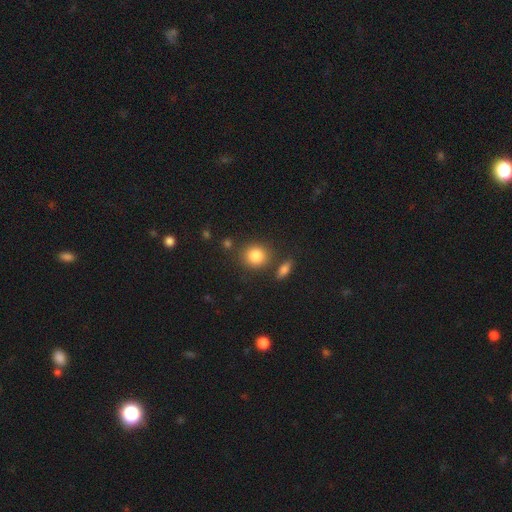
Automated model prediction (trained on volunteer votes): Smooth or featured? Predicted: smooth (p=0.84). How rounded? Predicted: round (p=0.81). Merging? Predicted: none (p=0.77).